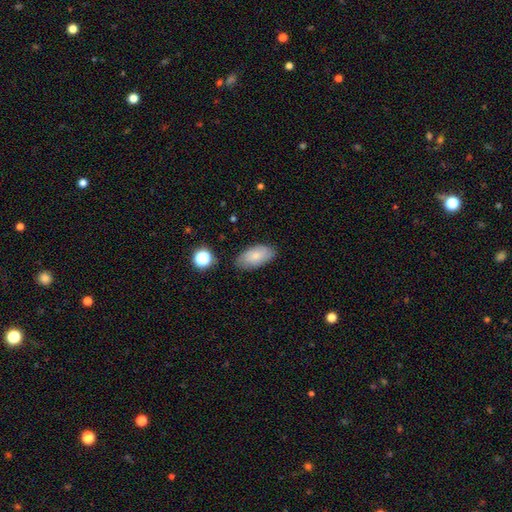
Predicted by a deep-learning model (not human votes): Smooth or featured? smooth (75%)
How rounded? in between (93%)
Merging? none (80%)